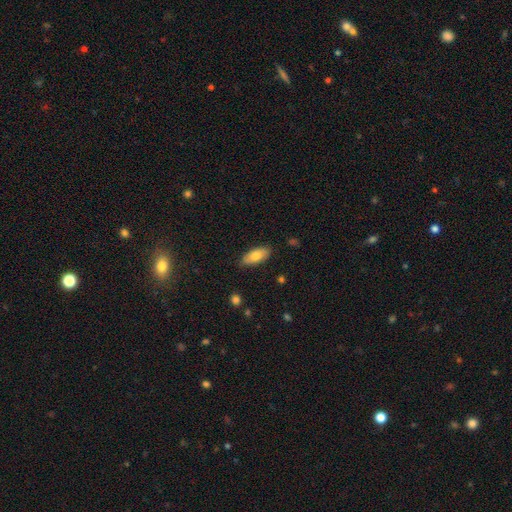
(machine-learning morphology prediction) smooth-or-featured: smooth: 76% | featured or disk: 18% | star or artifact: 6%
  how-rounded: in between: 86% | cigar-shaped: 11% | round: 2%
  merging: none: 83% | minor disturbance: 13% | major disturbance: 2% | merger: 1%